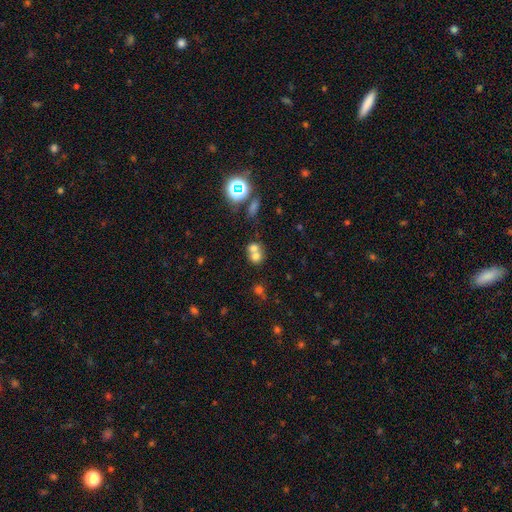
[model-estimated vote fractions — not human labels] smooth-or-featured: smooth: 67% | featured or disk: 17% | star or artifact: 16%
  how-rounded: round: 74% | in between: 25% | cigar-shaped: 1%
  merging: merger: 62% | none: 30% | minor disturbance: 5% | major disturbance: 3%